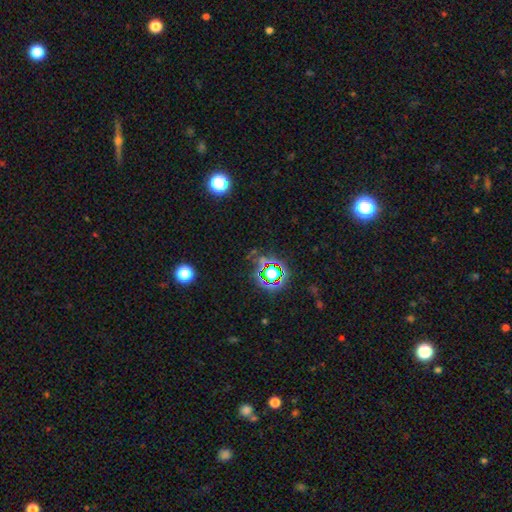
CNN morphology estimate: A star or artifact, not a galaxy (75%).